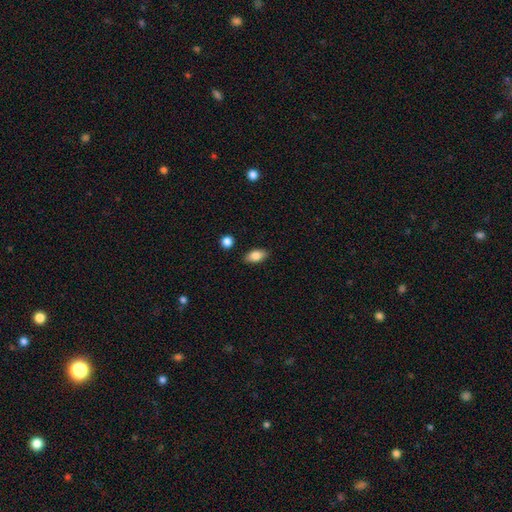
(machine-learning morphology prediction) A smooth galaxy with no disk features (82%) that is in between round and cigar-shaped (89%).

Vote fractions:
- Smooth or featured? smooth: 82% / featured or disk: 10% / star or artifact: 7%
- How rounded? in between: 89% / round: 5% / cigar-shaped: 5%
- Merging? none: 86% / minor disturbance: 10% / major disturbance: 2% / merger: 2%